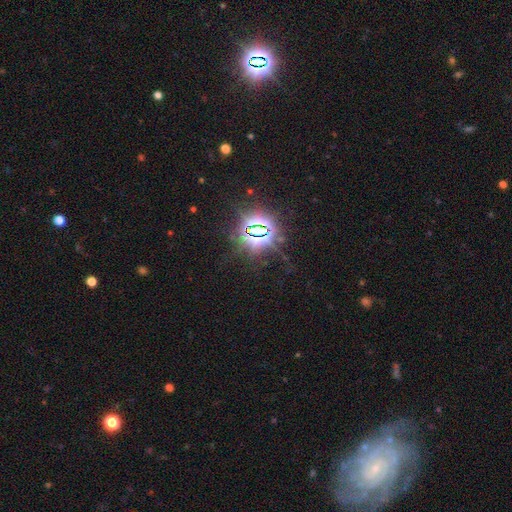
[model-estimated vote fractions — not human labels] Smooth or featured: star or artifact — 67% (smooth — 17%)